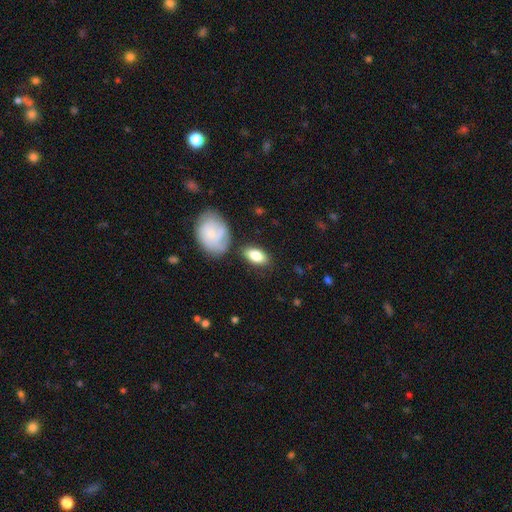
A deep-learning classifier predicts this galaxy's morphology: smooth 81%, featured or disk 13%, star or artifact 6%. Down the decision tree: how rounded — in between (89%); merging — none (74%).